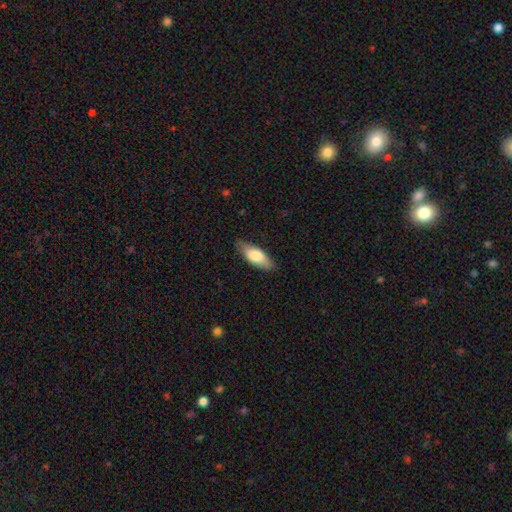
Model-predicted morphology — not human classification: smooth-or-featured: smooth: 77% | featured or disk: 18% | star or artifact: 6%
  how-rounded: in between: 73% | cigar-shaped: 25% | round: 2%
  merging: none: 83% | minor disturbance: 13% | major disturbance: 3% | merger: 1%